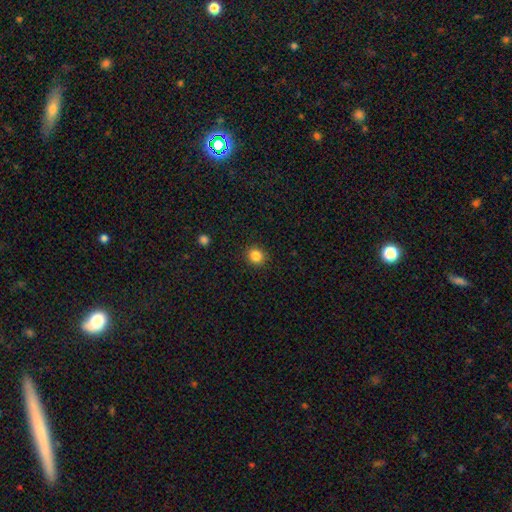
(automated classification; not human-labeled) Q: Smooth or featured?
A: smooth (85%); runner-up: star or artifact (11%)
Q: How rounded?
A: round (89%); runner-up: in between (10%)
Q: Merging?
A: none (91%); runner-up: minor disturbance (6%)